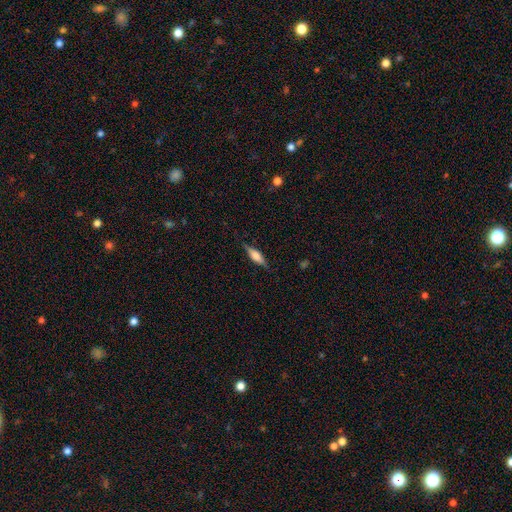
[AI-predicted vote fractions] smooth-or-featured: featured or disk: 54% | smooth: 39% | star or artifact: 7%
  disk-edge-on: yes: 95% | no: 5%
    edge-on-bulge: rounded: 77% | boxy: 19% | none: 4%
  merging: none: 83% | minor disturbance: 12% | major disturbance: 3% | merger: 1%